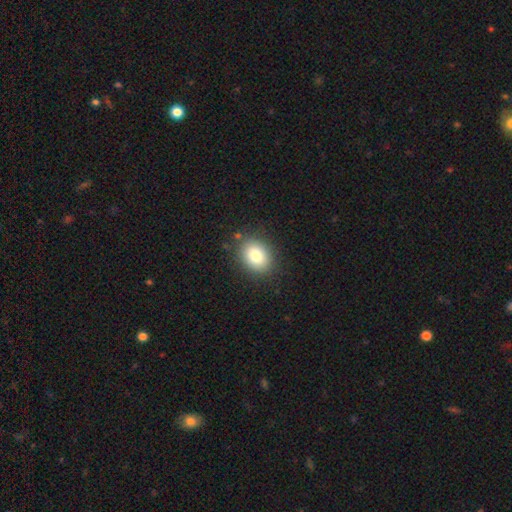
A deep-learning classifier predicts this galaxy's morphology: smooth 81%, featured or disk 10%, star or artifact 10%. Down the decision tree: how rounded — in between (56%); merging — none (86%).